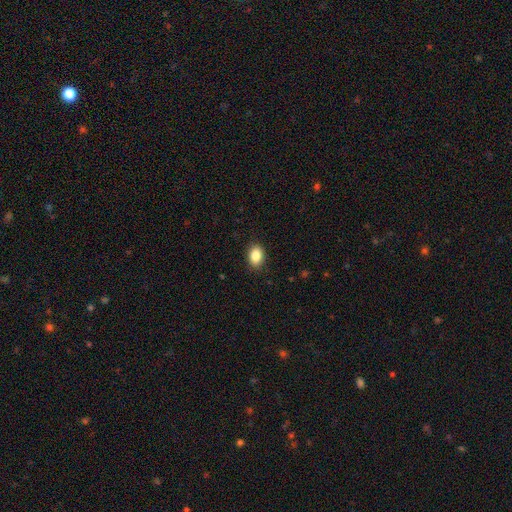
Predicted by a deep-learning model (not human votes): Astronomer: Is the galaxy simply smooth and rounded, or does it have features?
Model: smooth — 86%.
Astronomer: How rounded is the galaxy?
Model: in between — 79%.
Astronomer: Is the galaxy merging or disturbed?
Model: none — 89%.